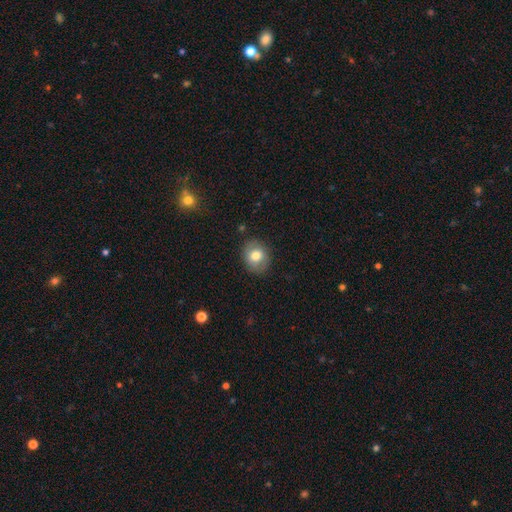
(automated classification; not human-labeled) A smooth galaxy with no disk features (71%) that is round (69%). Merging: none (83%).